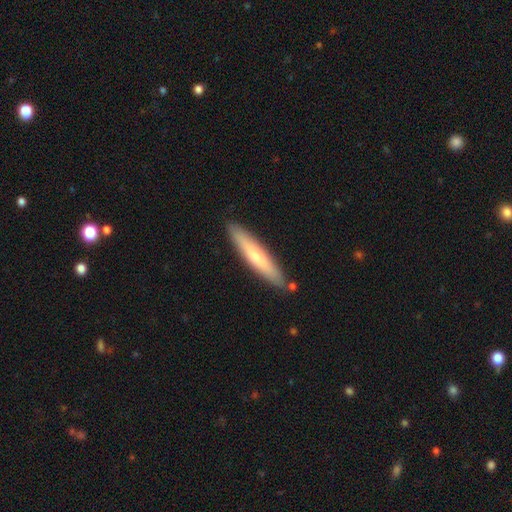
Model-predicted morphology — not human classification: This appears to be a smooth galaxy with no disk features (63%) that is cigar-shaped (91%). Merging: none (87%).